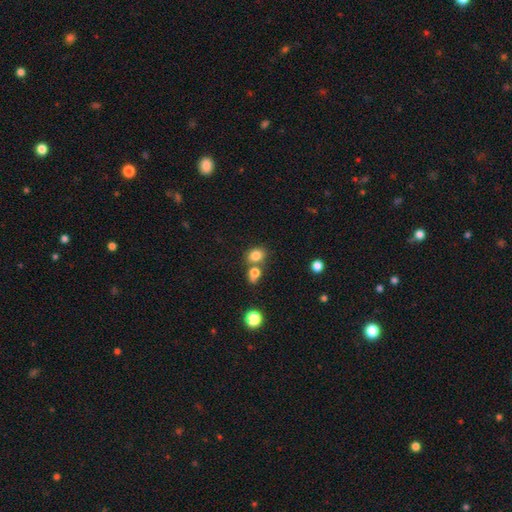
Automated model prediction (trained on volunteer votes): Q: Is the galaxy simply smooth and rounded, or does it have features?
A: smooth — 81%.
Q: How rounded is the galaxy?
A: round — 51%.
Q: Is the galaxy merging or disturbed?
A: none — 54%.